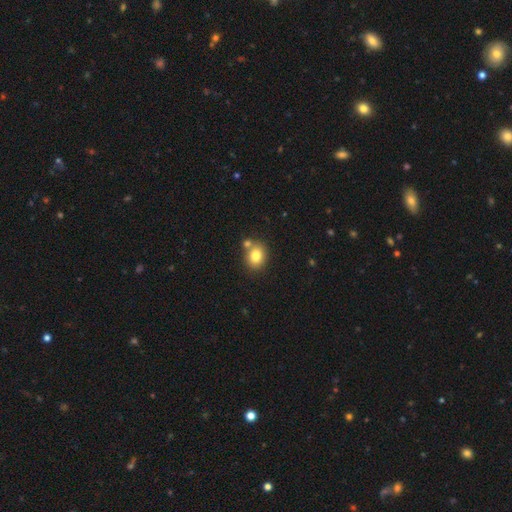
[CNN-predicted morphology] Smooth or featured?
  - smooth: 81% *
  - star or artifact: 10%
  - featured or disk: 9%
How rounded?
  - round: 56% *
  - in between: 43%
  - cigar-shaped: 1%
Merging?
  - none: 65% *
  - merger: 21%
  - minor disturbance: 11%
  - major disturbance: 3%